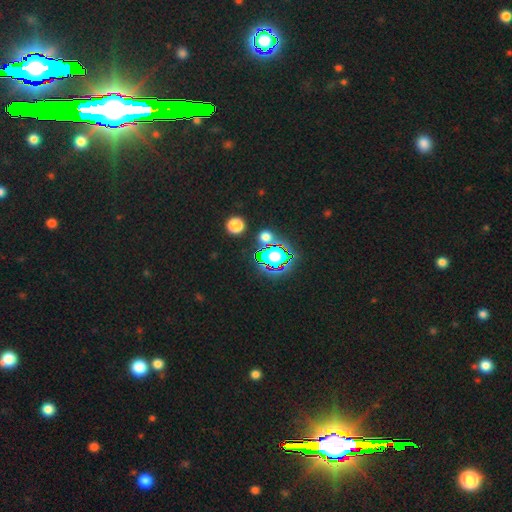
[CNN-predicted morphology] This is clearly a star or artifact rather than a galaxy (84%).